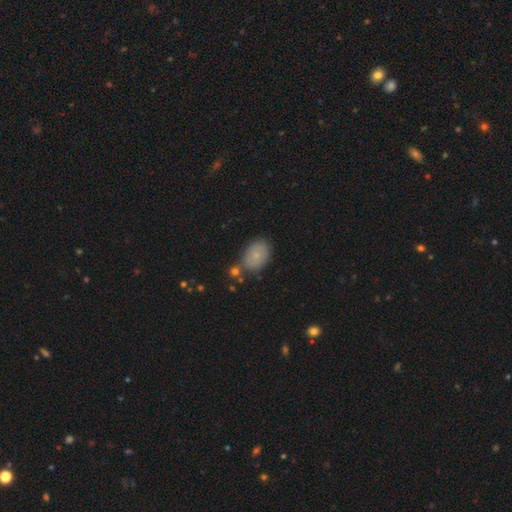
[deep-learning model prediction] smooth_or_featured: smooth (p=0.75) [alt: featured or disk p=0.16]
how_rounded: in between (p=0.82) [alt: round p=0.17]
merging: none (p=0.72) [alt: minor disturbance p=0.17]